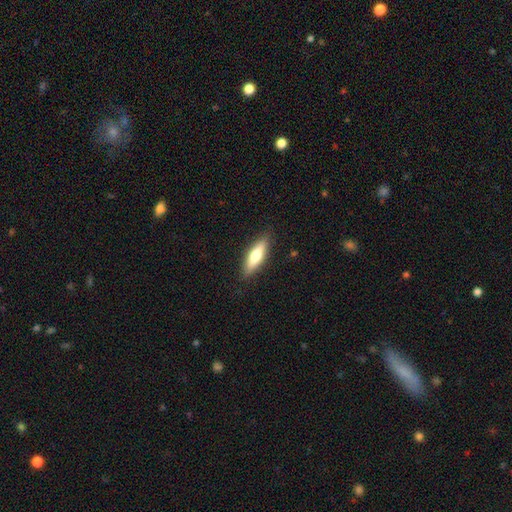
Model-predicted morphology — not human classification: type=smooth (63%); roundness=cigar-shaped (59%); merging=none (88%).